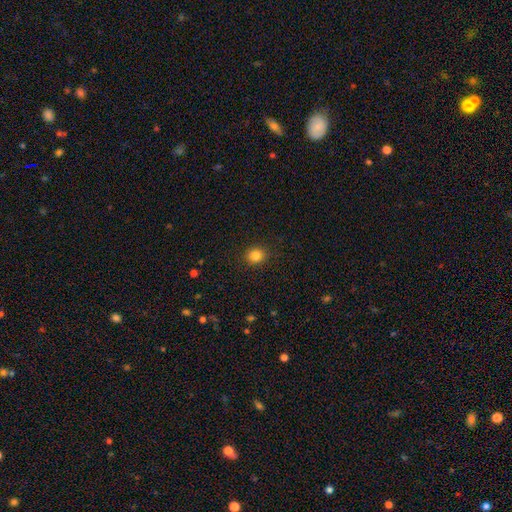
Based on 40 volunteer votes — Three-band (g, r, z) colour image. It shows a smooth galaxy with no disk features (88%) that is round (89%). Merging: none (100%).